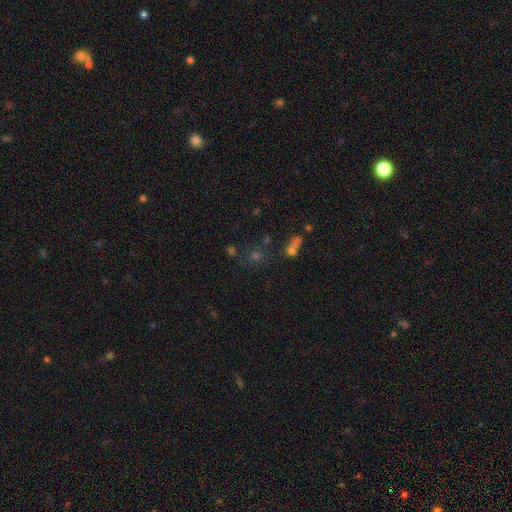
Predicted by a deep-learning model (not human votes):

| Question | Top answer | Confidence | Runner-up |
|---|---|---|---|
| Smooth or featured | star or artifact | 46% | smooth (41%) |